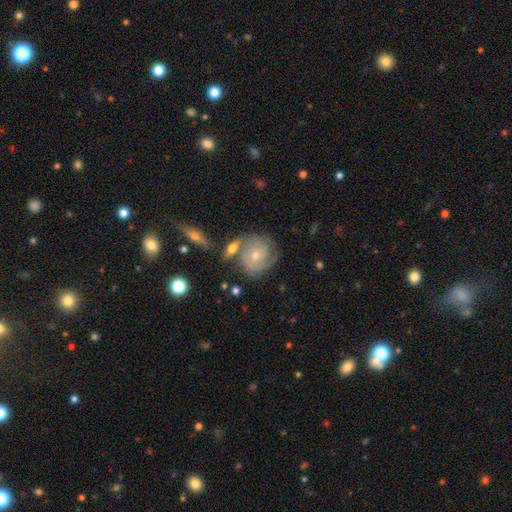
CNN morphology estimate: Q: Smooth or featured?
A: featured or disk (77%); runner-up: smooth (16%)
Q: Edge-on disk?
A: no (96%); runner-up: yes (4%)
Q: Bar?
A: no (76%); runner-up: weak (20%)
Q: Spiral arms?
A: yes (91%); runner-up: no (9%)
Q: Spiral winding?
A: tight (68%); runner-up: medium (25%)
Q: Spiral arm count?
A: 2 (45%); runner-up: can't tell (26%)
Q: Bulge size?
A: small (56%); runner-up: moderate (41%)
Q: Merging?
A: none (61%); runner-up: minor disturbance (17%)